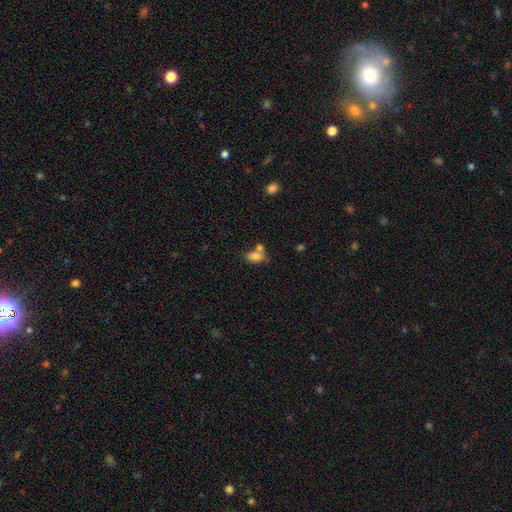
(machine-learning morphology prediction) Overall: smooth (80%). How rounded: in between (87%). Merging: merger (42%; none 37%).